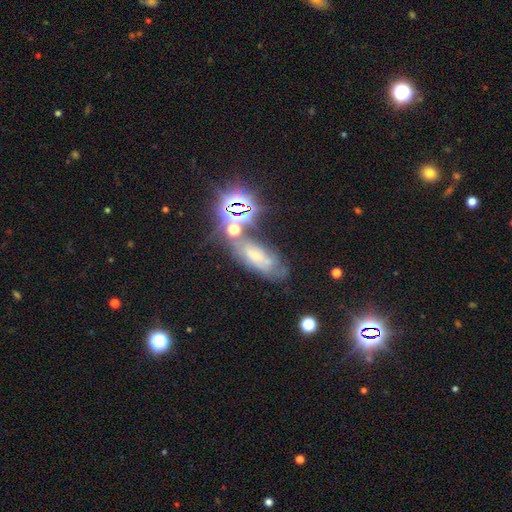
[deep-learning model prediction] Q: Smooth or featured?
A: star or artifact (37%); runner-up: featured or disk (33%)